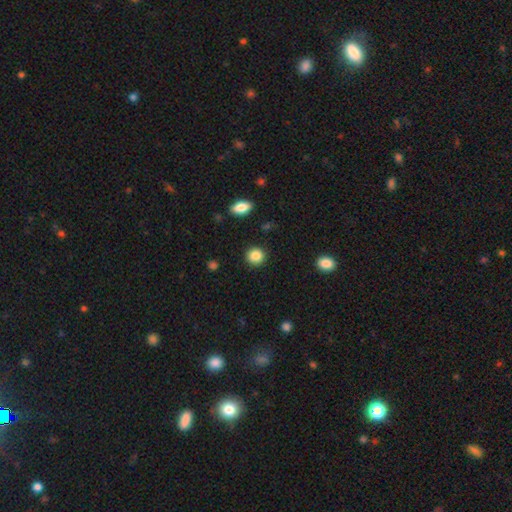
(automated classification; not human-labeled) Smooth or featured: smooth — 87% (star or artifact — 9%)
How rounded: round — 89% (in between — 10%)
Merging: none — 91% (minor disturbance — 6%)